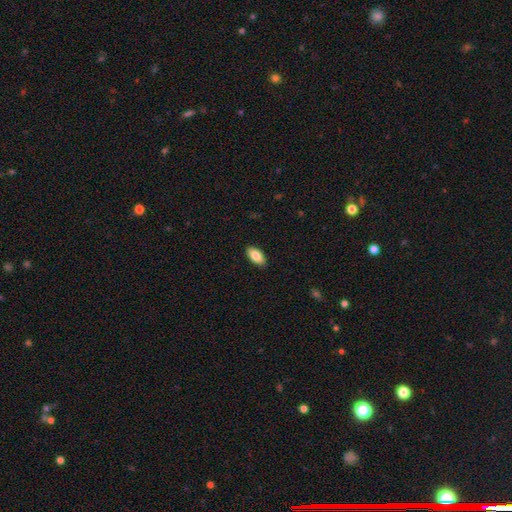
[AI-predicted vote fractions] smooth_or_featured: smooth (p=0.85) [alt: featured or disk p=0.09]
how_rounded: in between (p=0.92) [alt: cigar-shaped p=0.05]
merging: none (p=0.89) [alt: minor disturbance p=0.08]